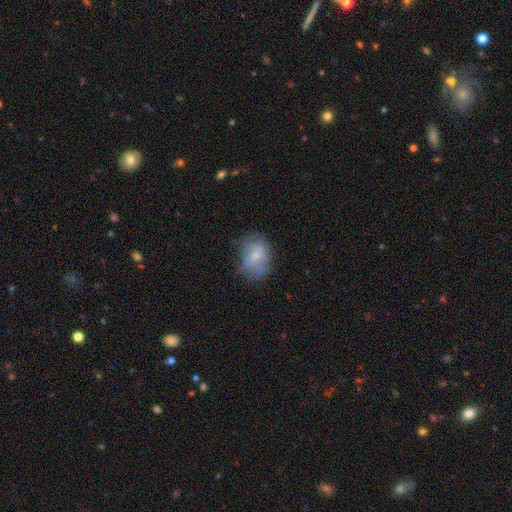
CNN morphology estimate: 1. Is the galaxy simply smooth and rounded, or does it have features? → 55% smooth, 36% featured or disk, 9% star or artifact.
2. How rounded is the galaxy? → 65% in between, 33% round, 1% cigar-shaped.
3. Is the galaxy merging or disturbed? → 51% none, 30% minor disturbance, 16% major disturbance, 2% merger.